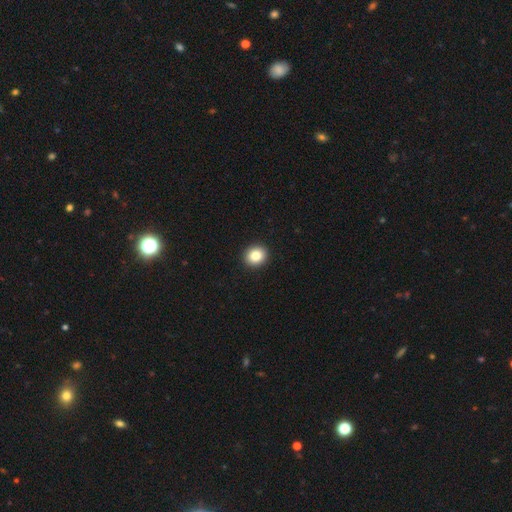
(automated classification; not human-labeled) Smooth or featured: smooth — 85% (star or artifact — 9%)
How rounded: round — 82% (in between — 17%)
Merging: none — 93% (minor disturbance — 5%)